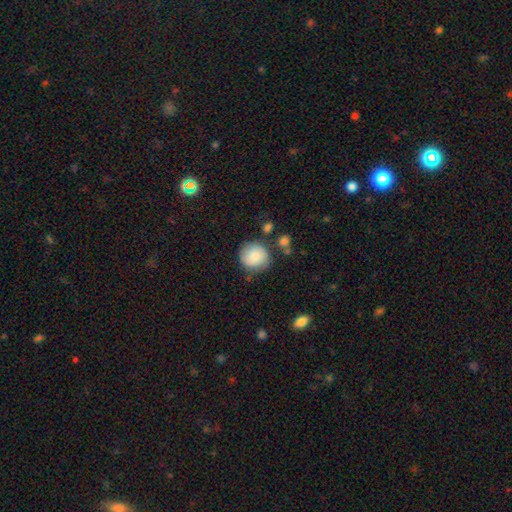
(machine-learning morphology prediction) Smooth or featured? Predicted: smooth (p=0.77). How rounded? Predicted: round (p=0.91). Merging? Predicted: none (p=0.75).